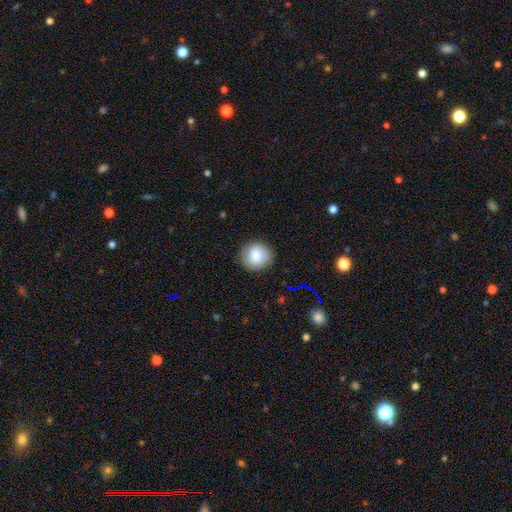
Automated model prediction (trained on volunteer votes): Smooth or featured? smooth (81%)
How rounded? round (91%)
Merging? none (87%)